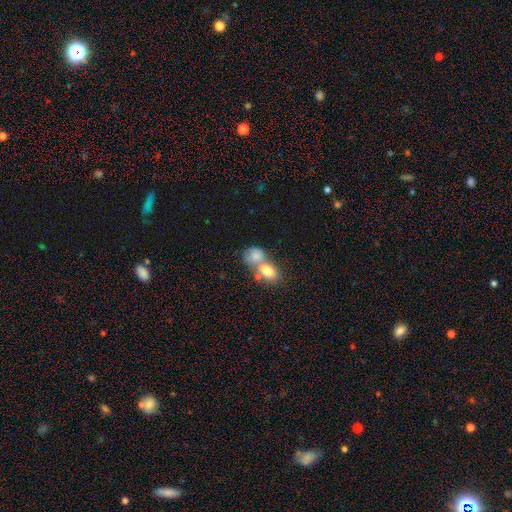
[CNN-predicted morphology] A smooth galaxy with no disk features (75%) that is in between round and cigar-shaped (56%).

Vote fractions:
- Smooth or featured? smooth: 75% / featured or disk: 17% / star or artifact: 9%
- How rounded? in between: 56% / round: 43% / cigar-shaped: 2%
- Merging? merger: 68% / none: 19% / minor disturbance: 7% / major disturbance: 5%